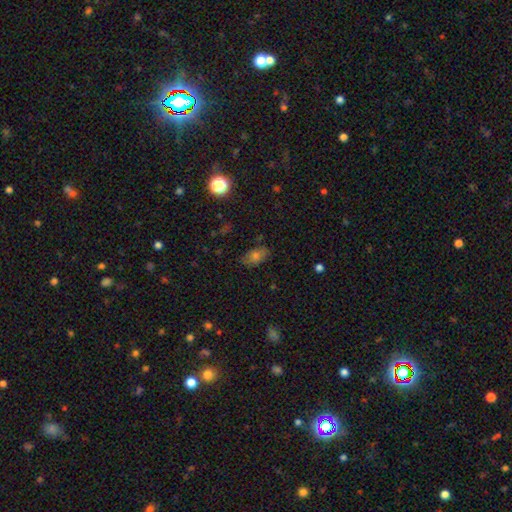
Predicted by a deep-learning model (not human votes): smooth_or_featured: smooth (p=0.63) [alt: star or artifact p=0.20]
how_rounded: in between (p=0.82) [alt: round p=0.14]
merging: none (p=0.79) [alt: minor disturbance p=0.15]